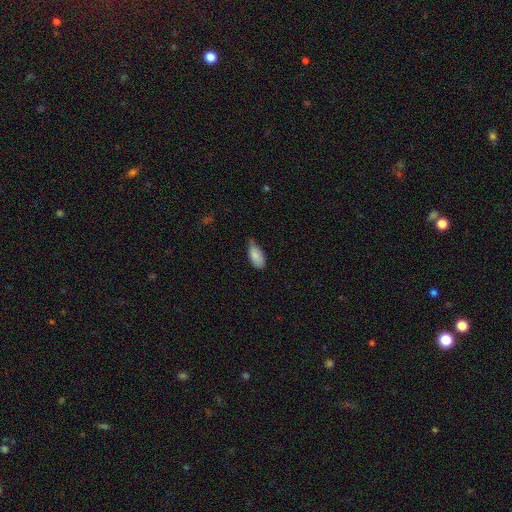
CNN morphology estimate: smooth 86%, featured or disk 8%, star or artifact 7%. Down the decision tree: how rounded — in between (91%); merging — none (47%).